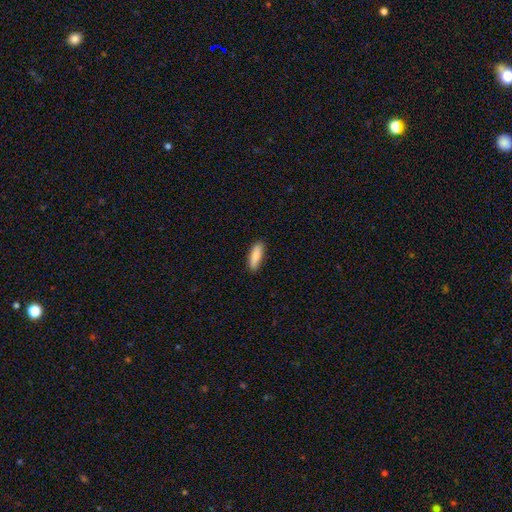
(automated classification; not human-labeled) Smooth or featured: smooth — 81% (featured or disk — 13%)
How rounded: in between — 51% (cigar-shaped — 47%)
Merging: none — 88% (minor disturbance — 9%)